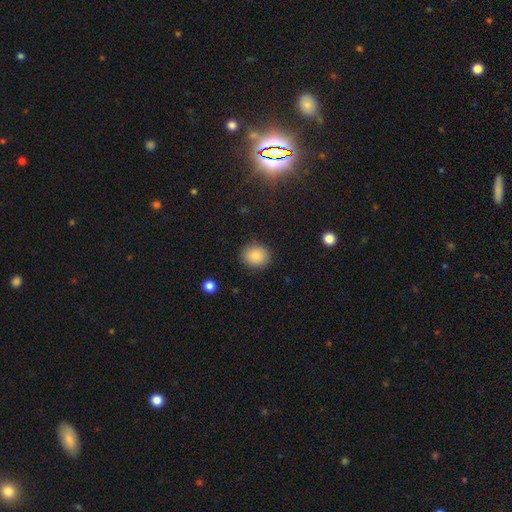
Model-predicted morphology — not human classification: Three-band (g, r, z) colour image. It shows a smooth galaxy with no disk features (86%) that is round (72%). Merging: none (87%).